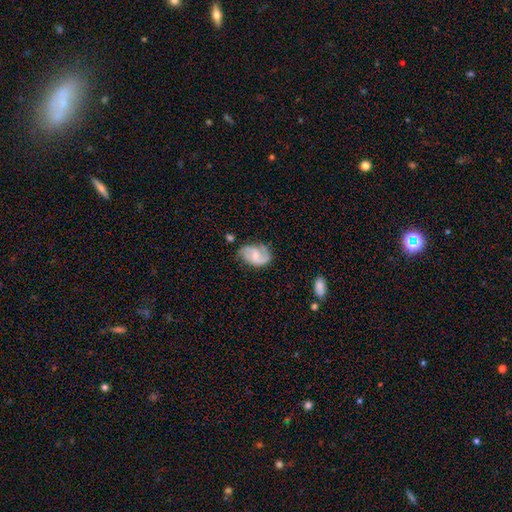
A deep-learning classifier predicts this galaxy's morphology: Q: Smooth or featured?
A: featured or disk (71%); runner-up: smooth (23%)
Q: Edge-on disk?
A: no (97%); runner-up: yes (3%)
Q: Bar?
A: weak (47%); runner-up: no (44%)
Q: Spiral arms?
A: yes (93%); runner-up: no (7%)
Q: Spiral winding?
A: medium (48%); runner-up: loose (30%)
Q: Spiral arm count?
A: 2 (79%); runner-up: can't tell (8%)
Q: Bulge size?
A: small (44%); runner-up: moderate (36%)
Q: Merging?
A: none (61%); runner-up: minor disturbance (26%)